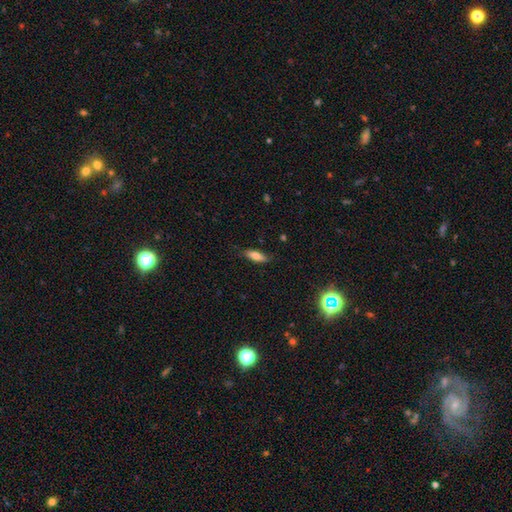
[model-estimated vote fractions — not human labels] A smooth galaxy with no disk features (76%) that is in between round and cigar-shaped (59%).

Vote fractions:
- Smooth or featured? smooth: 76% / featured or disk: 17% / star or artifact: 8%
- How rounded? in between: 59% / cigar-shaped: 38% / round: 2%
- Merging? none: 81% / minor disturbance: 15% / major disturbance: 3% / merger: 1%